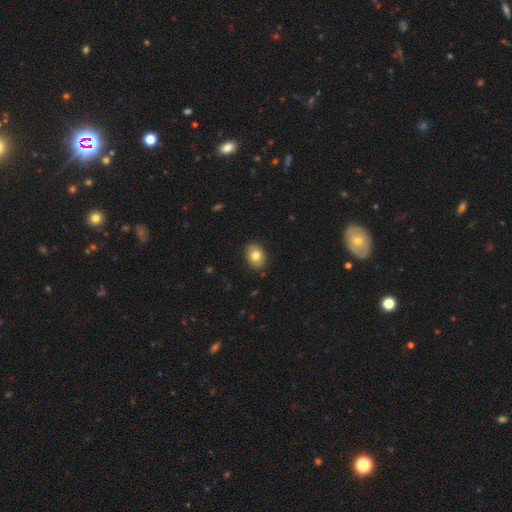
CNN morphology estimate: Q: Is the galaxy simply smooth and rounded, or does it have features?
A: smooth — 80%.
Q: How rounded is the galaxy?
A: in between — 73%.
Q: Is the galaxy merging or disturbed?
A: none — 88%.